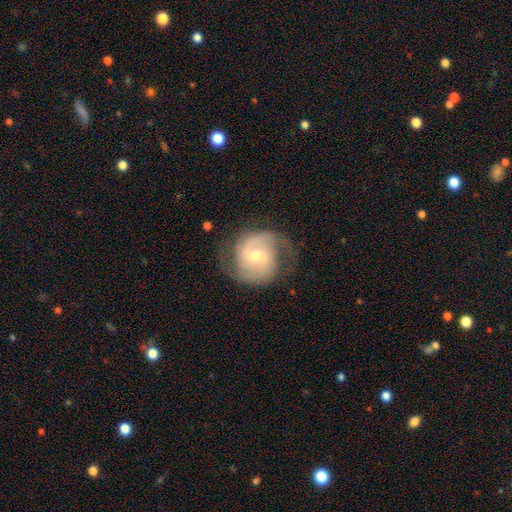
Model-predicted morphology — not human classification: smooth_or_featured: featured or disk (p=0.83) [alt: smooth p=0.11]
disk_edge_on: no (p=0.98) [alt: yes p=0.02]
bar: no (p=0.44) [alt: weak p=0.43]
has_spiral_arms: yes (p=0.95) [alt: no p=0.05]
spiral_winding: medium (p=0.46) [alt: tight p=0.37]
spiral_arm_count: 2 (p=0.80) [alt: can't tell p=0.09]
bulge_size: small (p=0.50) [alt: moderate p=0.47]
merging: none (p=0.72) [alt: minor disturbance p=0.18]